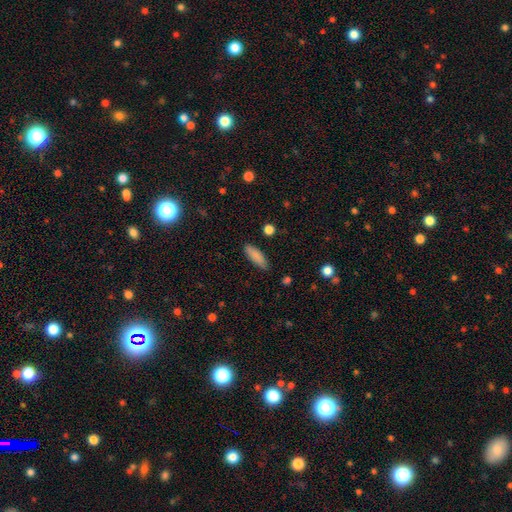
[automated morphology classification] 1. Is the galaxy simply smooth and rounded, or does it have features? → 87% smooth, 7% star or artifact, 6% featured or disk.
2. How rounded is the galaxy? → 52% in between, 46% cigar-shaped, 2% round.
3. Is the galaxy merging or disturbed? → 85% none, 11% minor disturbance, 2% major disturbance, 1% merger.